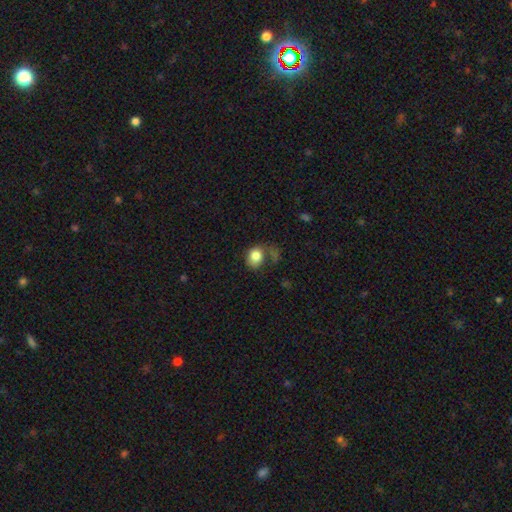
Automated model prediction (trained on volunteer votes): Morphology: type=smooth (80%); roundness=round (53%); merging=none (41%).